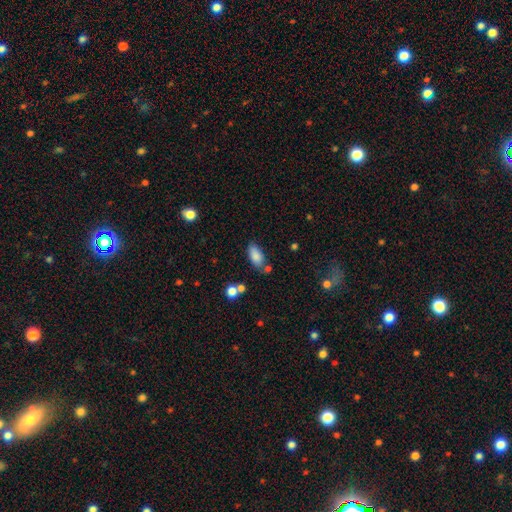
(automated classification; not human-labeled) smooth_or_featured: smooth (p=0.85) [alt: star or artifact p=0.08]
how_rounded: in between (p=0.90) [alt: cigar-shaped p=0.08]
merging: none (p=0.67) [alt: minor disturbance p=0.18]